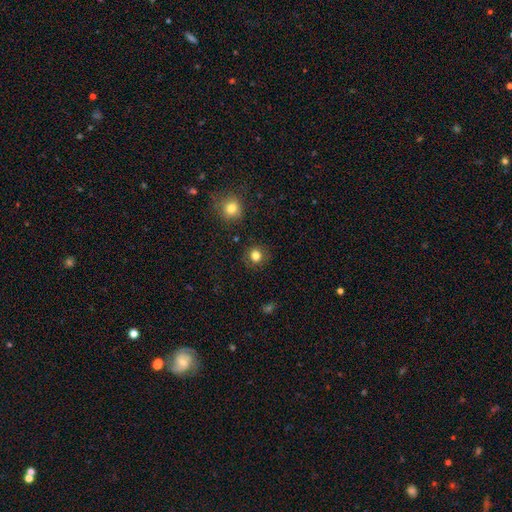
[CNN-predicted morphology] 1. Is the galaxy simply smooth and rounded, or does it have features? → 82% smooth, 12% star or artifact, 6% featured or disk.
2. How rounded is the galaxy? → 86% round, 13% in between, 1% cigar-shaped.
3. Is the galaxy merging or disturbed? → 87% none, 8% minor disturbance, 3% major disturbance, 2% merger.